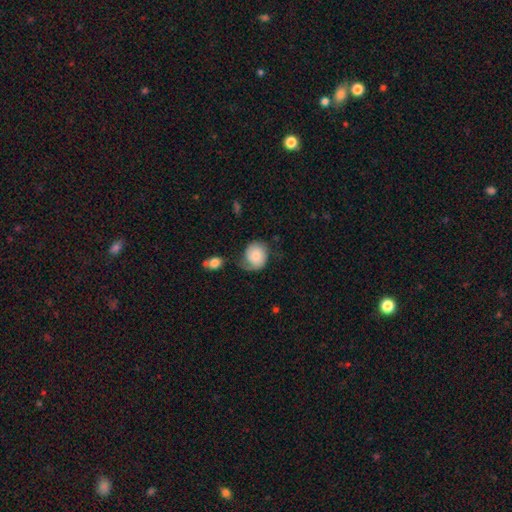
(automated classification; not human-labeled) smooth 70%, featured or disk 23%, star or artifact 7%. Down the decision tree: how rounded — round (71%); merging — none (43%).